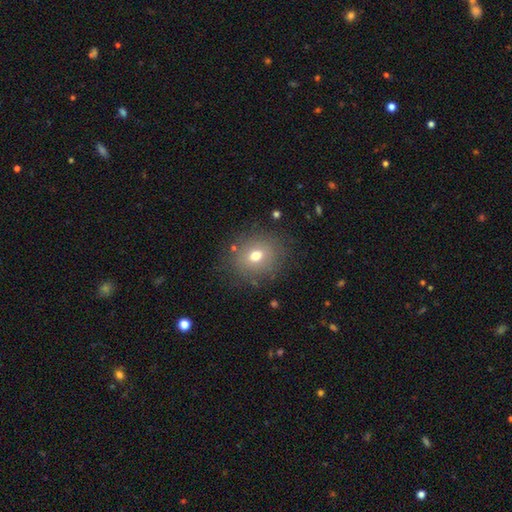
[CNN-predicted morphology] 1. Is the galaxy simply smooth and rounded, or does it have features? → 69% smooth, 18% featured or disk, 13% star or artifact.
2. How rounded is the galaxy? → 73% round, 26% in between, 1% cigar-shaped.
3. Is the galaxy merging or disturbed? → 81% none, 11% minor disturbance, 5% major disturbance, 2% merger.